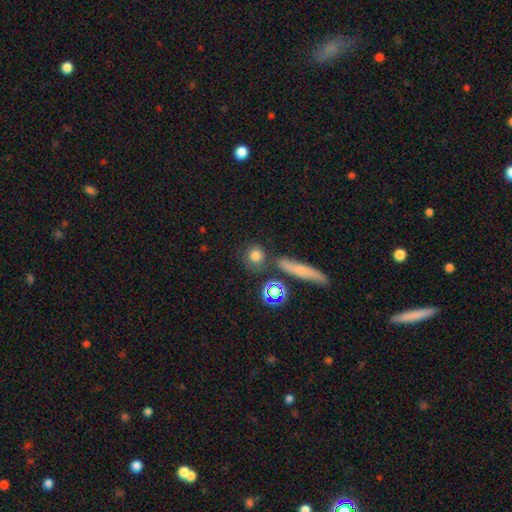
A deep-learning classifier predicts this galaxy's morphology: Smooth or featured? smooth (76%)
How rounded? round (82%)
Merging? none (73%)